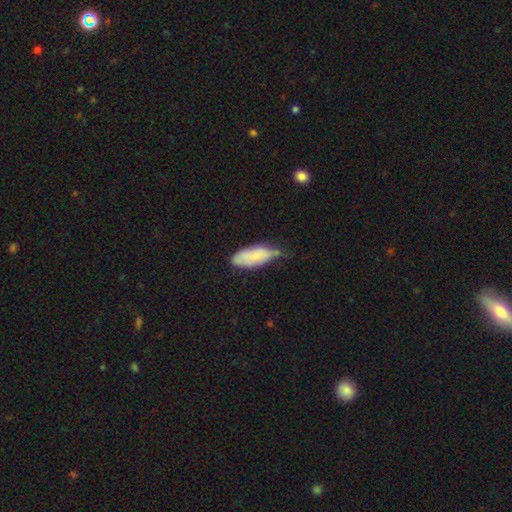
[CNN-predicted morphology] Smooth or featured: smooth — 77% (featured or disk — 16%)
How rounded: in between — 81% (cigar-shaped — 17%)
Merging: minor disturbance — 45% (none — 37%)